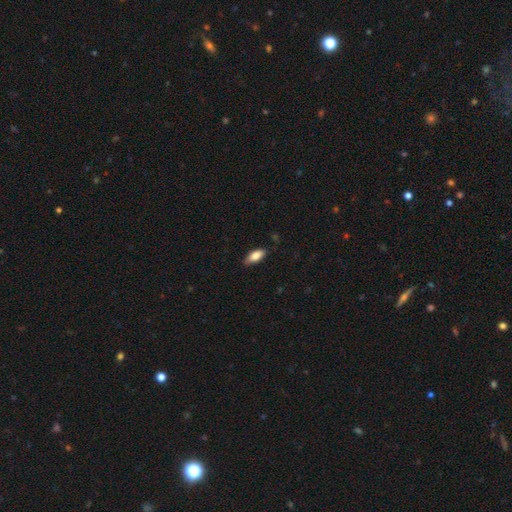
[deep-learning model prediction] Overall: smooth (83%). How rounded: in between (83%). Merging: none (79%).